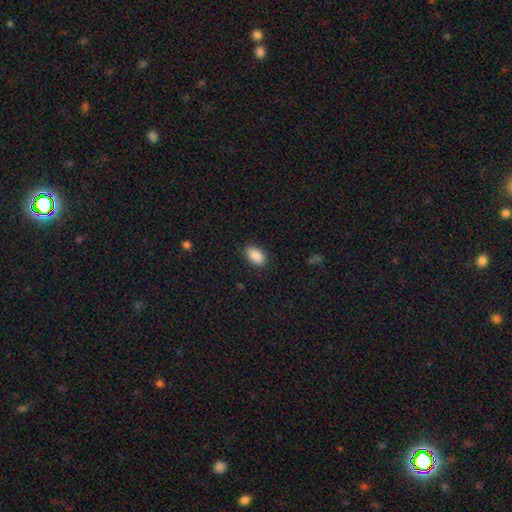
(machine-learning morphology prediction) Smooth or featured?
  - smooth: 90% *
  - star or artifact: 7%
  - featured or disk: 3%
How rounded?
  - in between: 92% *
  - round: 7%
  - cigar-shaped: 1%
Merging?
  - none: 87% *
  - minor disturbance: 9%
  - major disturbance: 2%
  - merger: 1%